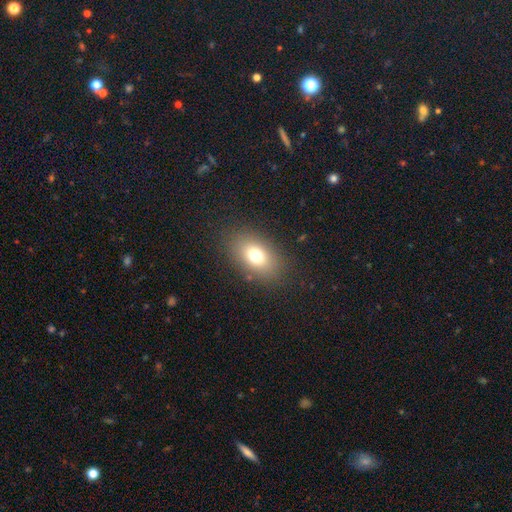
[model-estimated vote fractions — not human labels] Smooth or featured? smooth (74%)
How rounded? in between (83%)
Merging? none (84%)